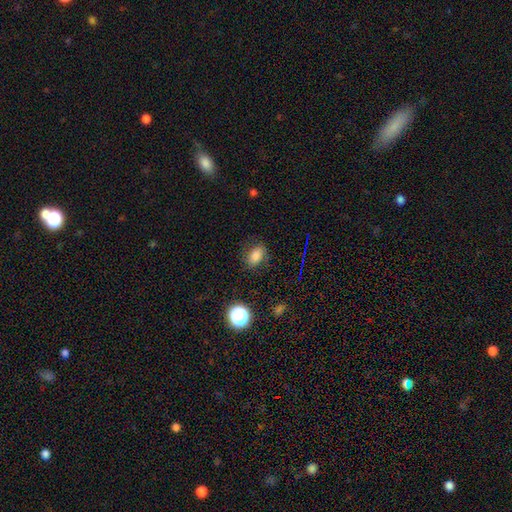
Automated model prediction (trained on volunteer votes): smooth-or-featured: smooth: 74% | star or artifact: 16% | featured or disk: 11%
  how-rounded: in between: 77% | round: 21% | cigar-shaped: 2%
  merging: none: 77% | minor disturbance: 16% | major disturbance: 5% | merger: 2%